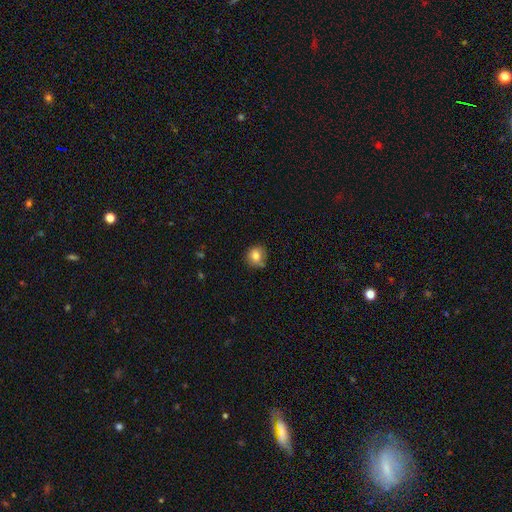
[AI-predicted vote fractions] Smooth or featured? Predicted: smooth (p=0.80). How rounded? Predicted: round (p=0.86). Merging? Predicted: none (p=0.72).